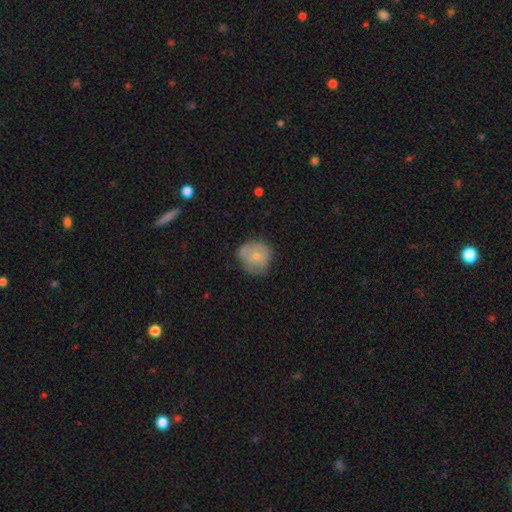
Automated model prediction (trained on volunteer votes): smooth-or-featured: smooth: 70% | featured or disk: 22% | star or artifact: 8%
  how-rounded: round: 88% | in between: 11% | cigar-shaped: 1%
  merging: none: 59% | minor disturbance: 25% | merger: 9% | major disturbance: 7%